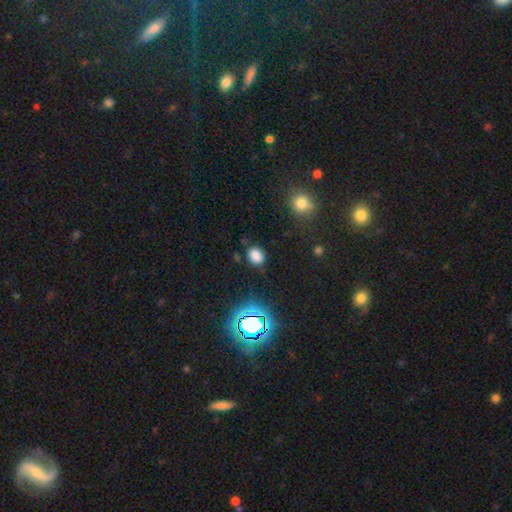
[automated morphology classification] Smooth or featured? smooth (77%)
How rounded? in between (61%)
Merging? none (79%)